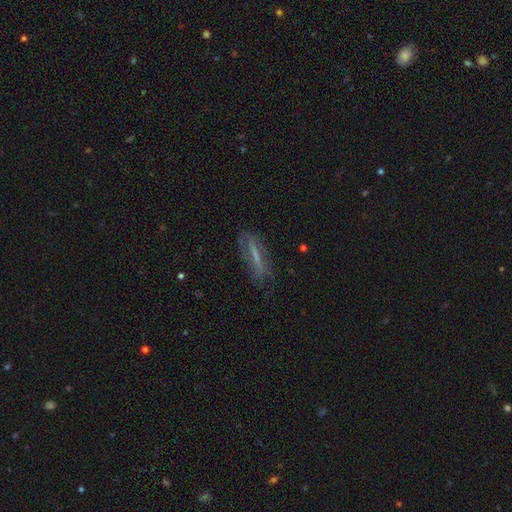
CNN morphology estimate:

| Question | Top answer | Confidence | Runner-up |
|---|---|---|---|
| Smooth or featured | featured or disk | 48% | smooth (40%) |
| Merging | none | 71% | minor disturbance (19%) |